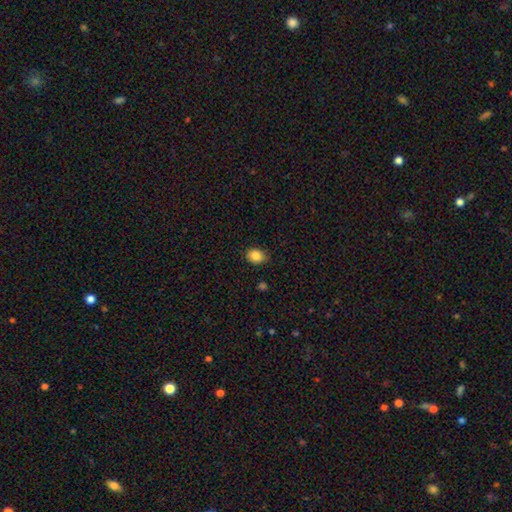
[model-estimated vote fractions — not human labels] Smooth or featured? smooth (86%)
How rounded? in between (55%)
Merging? none (84%)